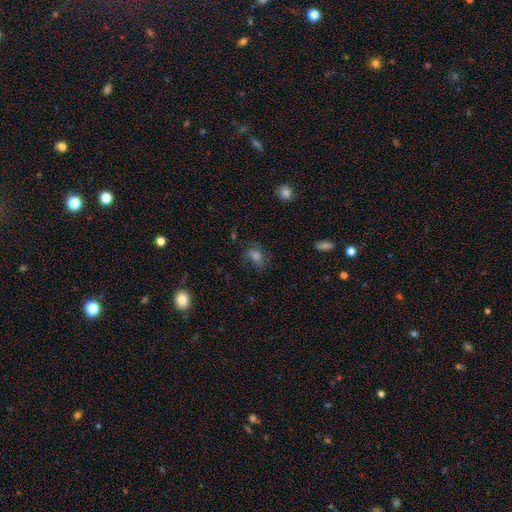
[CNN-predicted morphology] This appears to be a smooth galaxy with no disk features (51%) that is in between round and cigar-shaped (57%). Merging: none (69%).